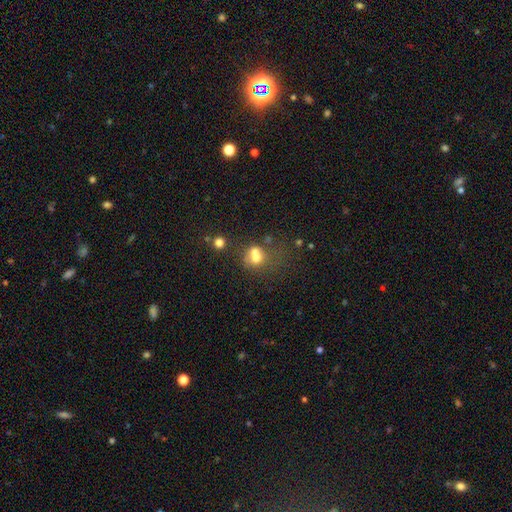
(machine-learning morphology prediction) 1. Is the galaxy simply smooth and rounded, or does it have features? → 63% smooth, 22% featured or disk, 15% star or artifact.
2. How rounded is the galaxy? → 63% round, 36% in between, 1% cigar-shaped.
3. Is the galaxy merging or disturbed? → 54% merger, 27% none, 10% minor disturbance, 9% major disturbance.